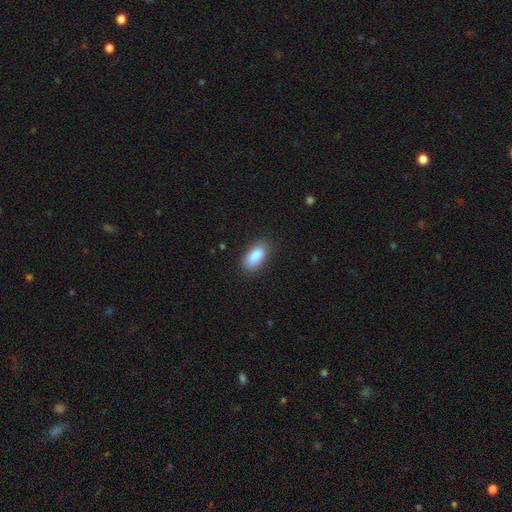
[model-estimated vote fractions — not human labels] The model was most divided on "merging": none: 82%, minor disturbance: 14%, major disturbance: 3%, merger: 1%. More confident: how rounded — in between (88%); smooth or featured — smooth (87%).